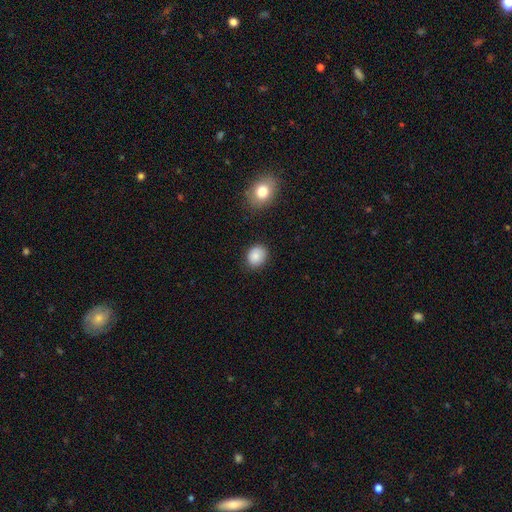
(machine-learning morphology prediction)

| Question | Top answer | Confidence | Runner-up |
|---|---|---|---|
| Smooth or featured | smooth | 87% | star or artifact (9%) |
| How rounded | round | 61% | in between (38%) |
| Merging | none | 84% | minor disturbance (12%) |